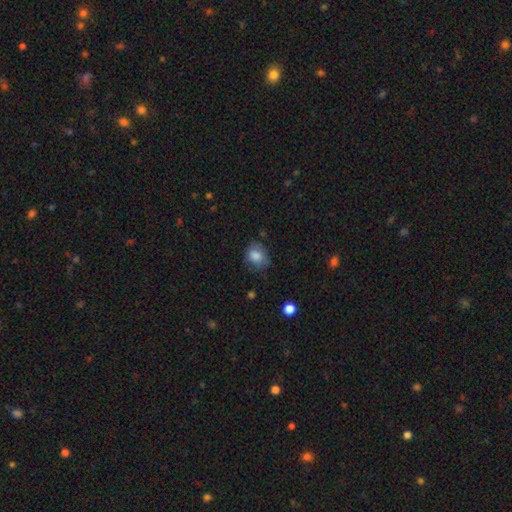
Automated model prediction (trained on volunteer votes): The model was most divided on "how rounded": round: 52%, in between: 47%, cigar-shaped: 1%. More confident: smooth or featured — smooth (79%); merging — none (60%).